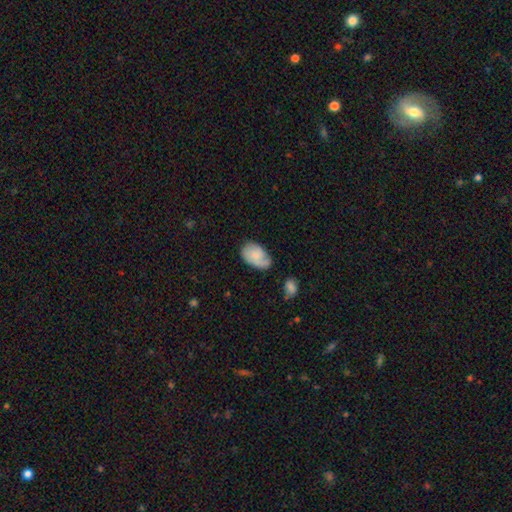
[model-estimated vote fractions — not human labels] Overall: smooth (58%; featured or disk 35%). How rounded: in between (89%). Merging: none (49%; minor disturbance 32%).